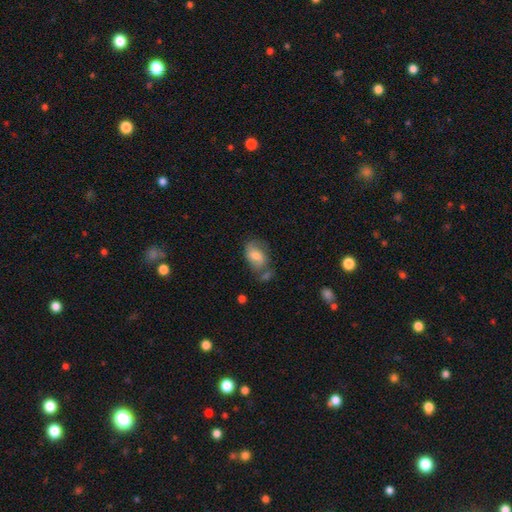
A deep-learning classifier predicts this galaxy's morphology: This is likely a smooth galaxy (62%). How rounded: clearly in between (86%). Merging: possibly none (48%).